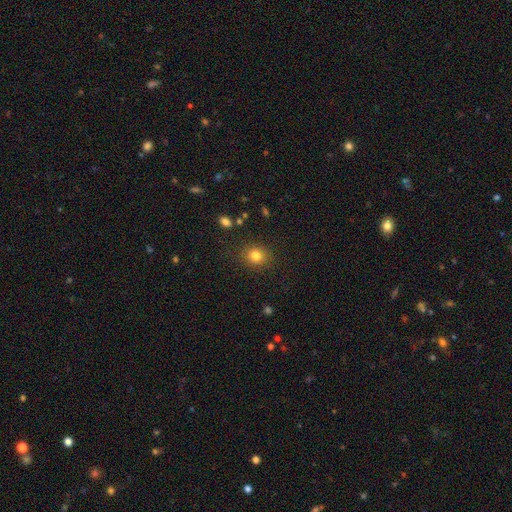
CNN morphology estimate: smooth-or-featured: smooth: 81% | star or artifact: 12% | featured or disk: 6%
  how-rounded: round: 81% | in between: 18% | cigar-shaped: 1%
  merging: none: 87% | minor disturbance: 8% | major disturbance: 3% | merger: 2%